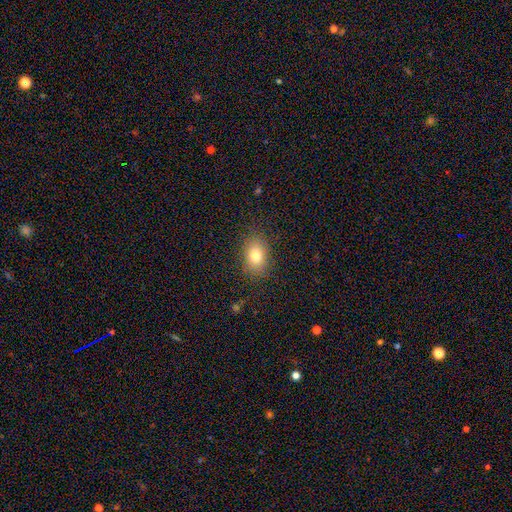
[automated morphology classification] Smooth or featured? smooth (79%)
How rounded? in between (70%)
Merging? none (85%)